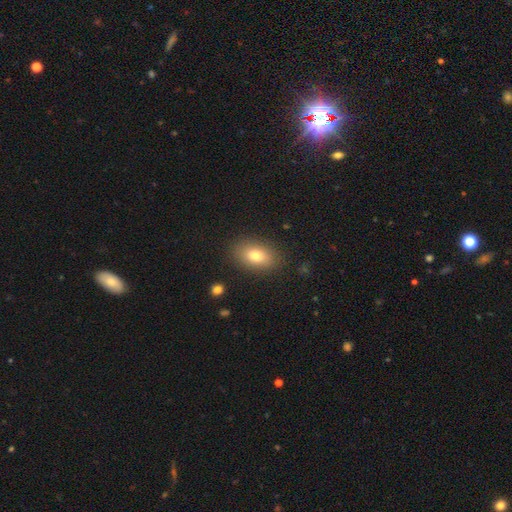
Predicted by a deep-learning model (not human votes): Smooth or featured: smooth — 77% (featured or disk — 14%)
How rounded: in between — 88% (round — 9%)
Merging: none — 86% (minor disturbance — 9%)